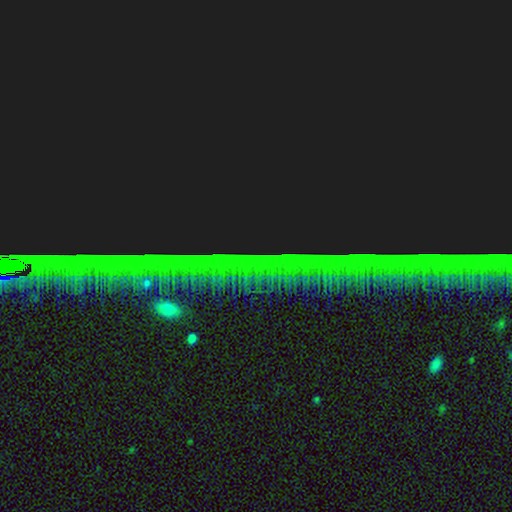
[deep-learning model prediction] This is clearly a star or artifact rather than a galaxy (87%).